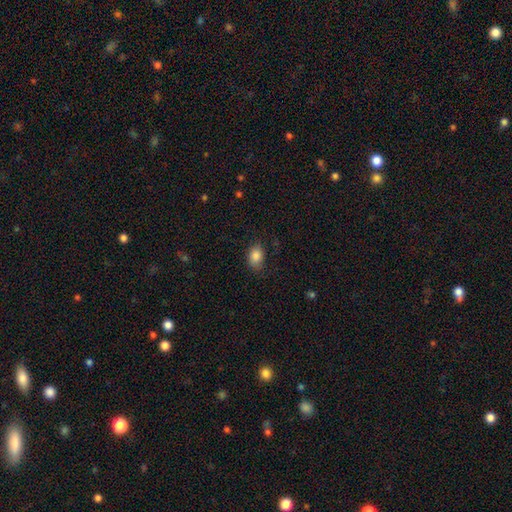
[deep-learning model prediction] This is clearly a smooth galaxy (85%). How rounded: likely in between (76%). Merging: likely none (76%).